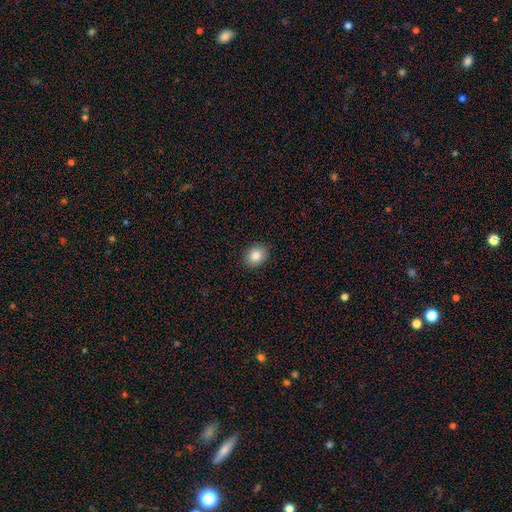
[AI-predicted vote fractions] This is clearly a smooth galaxy (84%). How rounded: possibly round (56%). Merging: clearly none (90%).